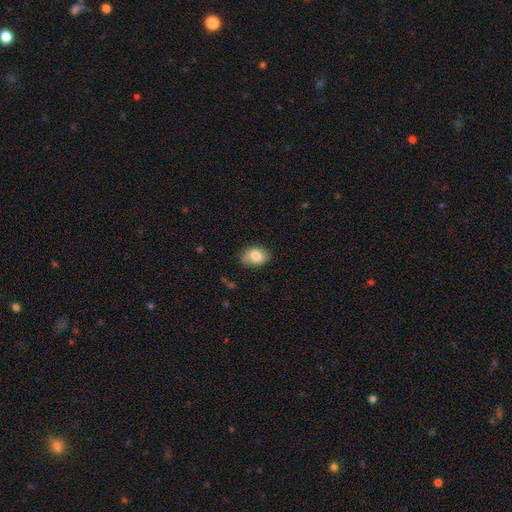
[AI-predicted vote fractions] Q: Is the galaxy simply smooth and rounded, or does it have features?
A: smooth — 83%.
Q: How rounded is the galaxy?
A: in between — 76%.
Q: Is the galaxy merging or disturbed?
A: none — 75%.